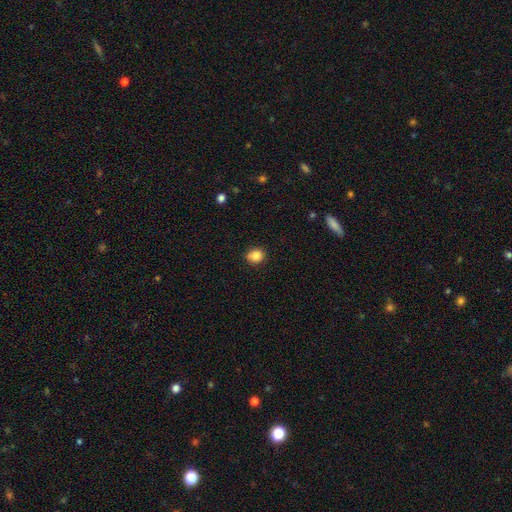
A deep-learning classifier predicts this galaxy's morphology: Smooth or featured? Predicted: smooth (p=0.84). How rounded? Predicted: round (p=0.80). Merging? Predicted: none (p=0.84).